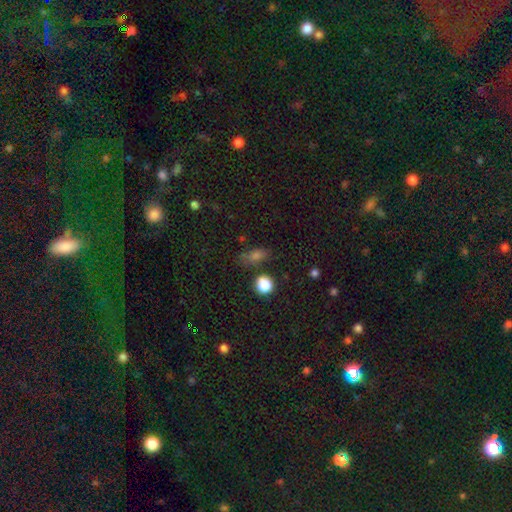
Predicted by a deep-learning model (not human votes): Overall: smooth (64%; star or artifact 25%). How rounded: in between (65%). Merging: none (68%).